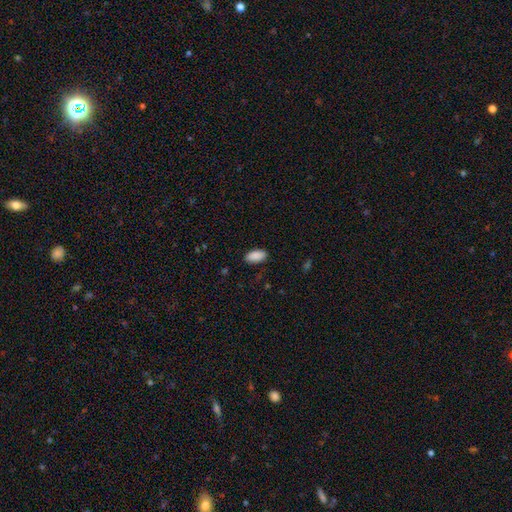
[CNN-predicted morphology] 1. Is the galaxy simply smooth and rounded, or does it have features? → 90% smooth, 7% star or artifact, 3% featured or disk.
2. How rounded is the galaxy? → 93% in between, 5% cigar-shaped, 2% round.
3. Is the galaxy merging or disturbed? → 87% none, 9% minor disturbance, 2% major disturbance, 1% merger.